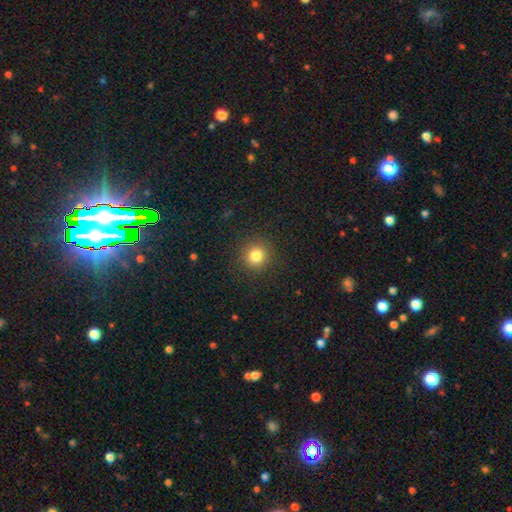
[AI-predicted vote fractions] Smooth or featured?
  - smooth: 81% *
  - star or artifact: 13%
  - featured or disk: 6%
How rounded?
  - round: 91% *
  - in between: 8%
  - cigar-shaped: 1%
Merging?
  - none: 90% *
  - minor disturbance: 6%
  - major disturbance: 3%
  - merger: 1%